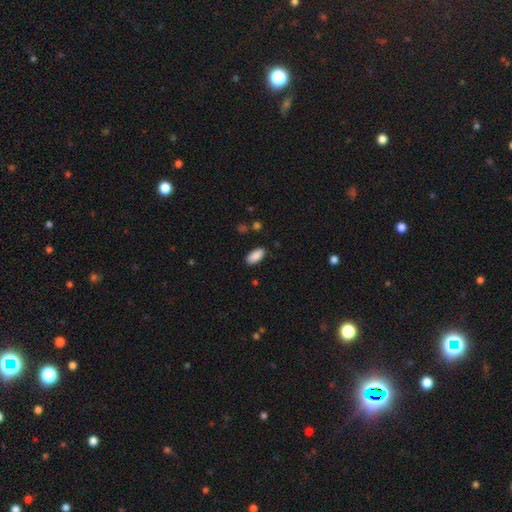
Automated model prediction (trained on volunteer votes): smooth_or_featured: smooth (p=0.90) [alt: star or artifact p=0.07]
how_rounded: in between (p=0.91) [alt: cigar-shaped p=0.07]
merging: none (p=0.87) [alt: minor disturbance p=0.09]